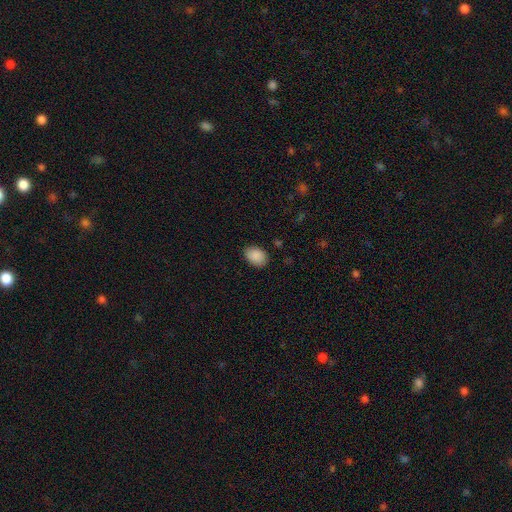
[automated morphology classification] Q: Smooth or featured?
A: smooth (89%); runner-up: star or artifact (7%)
Q: How rounded?
A: in between (78%); runner-up: round (21%)
Q: Merging?
A: none (83%); runner-up: minor disturbance (13%)